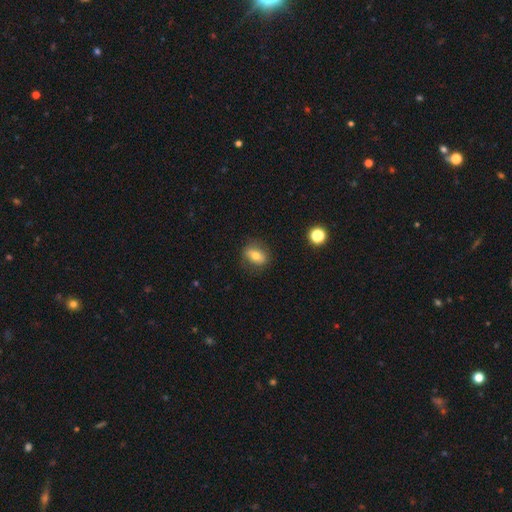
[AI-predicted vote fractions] A smooth galaxy with no disk features (67%) that is in between round and cigar-shaped (65%).

Vote fractions:
- Smooth or featured? smooth: 67% / featured or disk: 23% / star or artifact: 10%
- How rounded? in between: 65% / round: 33% / cigar-shaped: 2%
- Merging? none: 81% / minor disturbance: 14% / major disturbance: 4% / merger: 1%